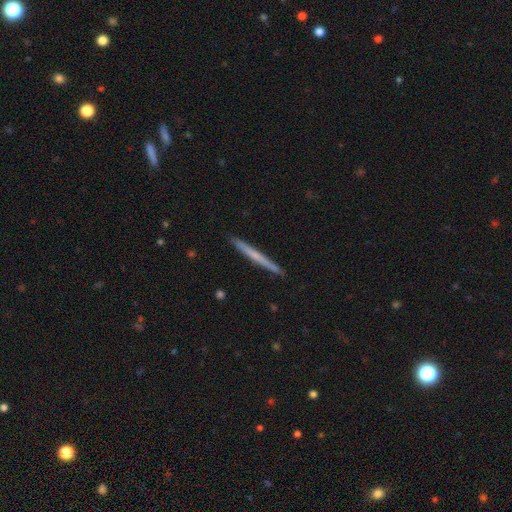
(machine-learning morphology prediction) Overall: featured or disk (52%; smooth 42%). Edge-on disk: yes (98%). Edge-on bulge: none (71%). Merging: none (92%).